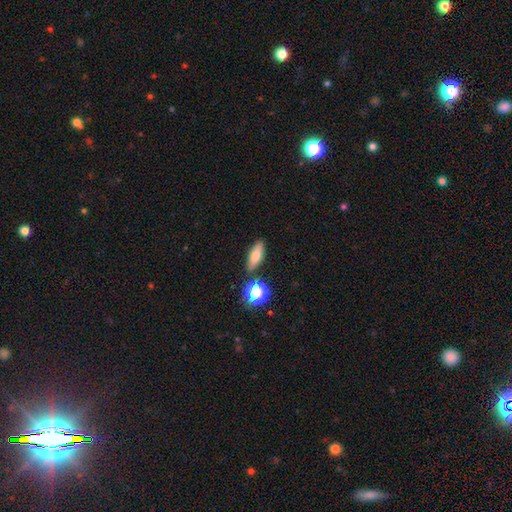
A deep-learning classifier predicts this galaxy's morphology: smooth_or_featured: smooth (p=0.71) [alt: featured or disk p=0.17]
how_rounded: in between (p=0.60) [alt: cigar-shaped p=0.31]
merging: none (p=0.81) [alt: minor disturbance p=0.11]